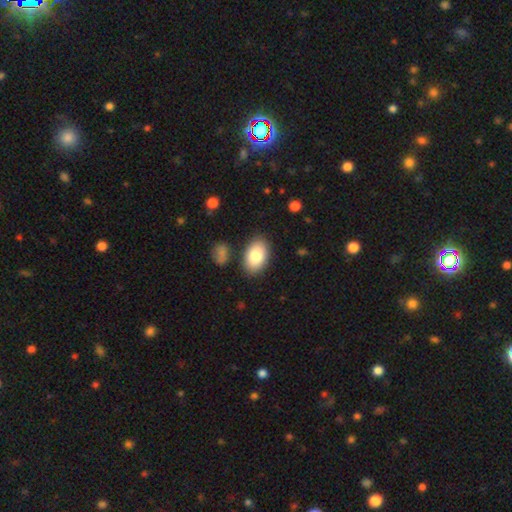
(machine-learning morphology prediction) Overall: smooth (83%). How rounded: in between (91%). Merging: none (84%).